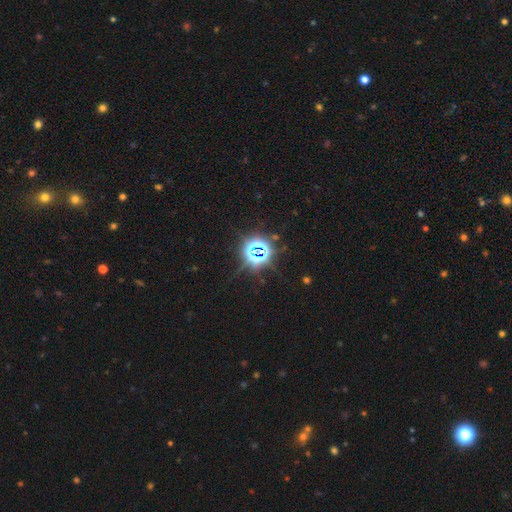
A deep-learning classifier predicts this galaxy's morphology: Smooth or featured: star or artifact — 79% (smooth — 12%)